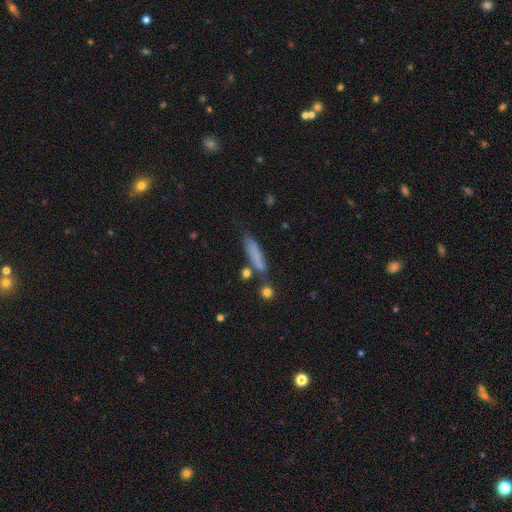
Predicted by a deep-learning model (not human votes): smooth 75%, featured or disk 16%, star or artifact 9%. Down the decision tree: how rounded — cigar-shaped (82%); merging — none (68%).